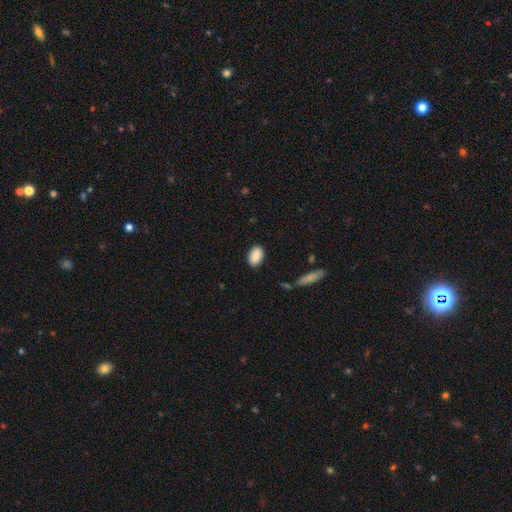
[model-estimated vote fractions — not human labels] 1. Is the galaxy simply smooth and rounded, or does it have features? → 88% smooth, 7% star or artifact, 5% featured or disk.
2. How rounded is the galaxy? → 90% in between, 9% round, 1% cigar-shaped.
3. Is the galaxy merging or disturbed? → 86% none, 10% minor disturbance, 2% major disturbance, 1% merger.